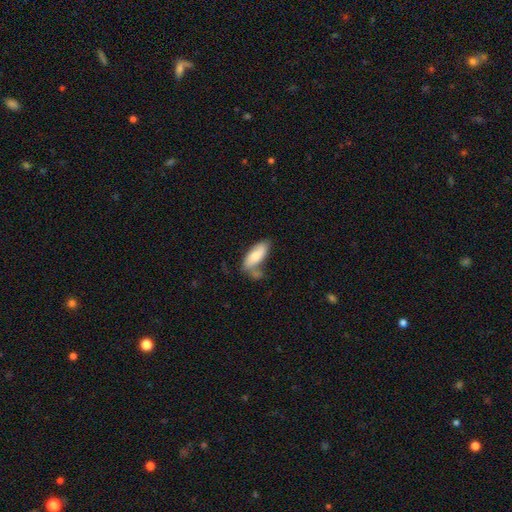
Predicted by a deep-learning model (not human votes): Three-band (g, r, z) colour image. It shows a smooth galaxy with no disk features (76%) that is in between round and cigar-shaped (79%). Merging: none (46%).